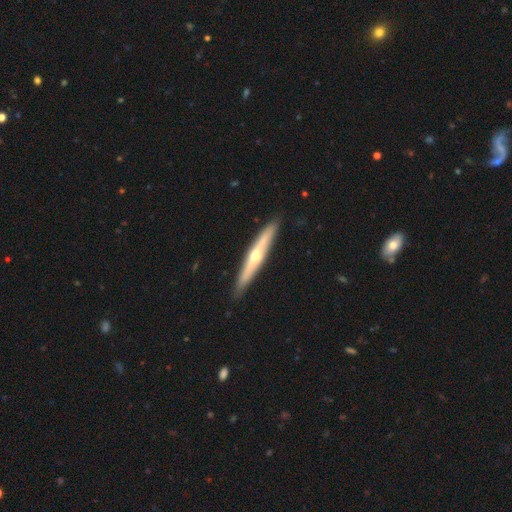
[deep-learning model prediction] Smooth or featured?
  - featured or disk: 66% *
  - smooth: 29%
  - star or artifact: 5%
Edge-on disk?
  - yes: 95% *
  - no: 5%
Edge-on bulge?
  - rounded: 87% *
  - none: 10%
  - boxy: 2%
Merging?
  - none: 90% *
  - minor disturbance: 7%
  - major disturbance: 1%
  - merger: 1%